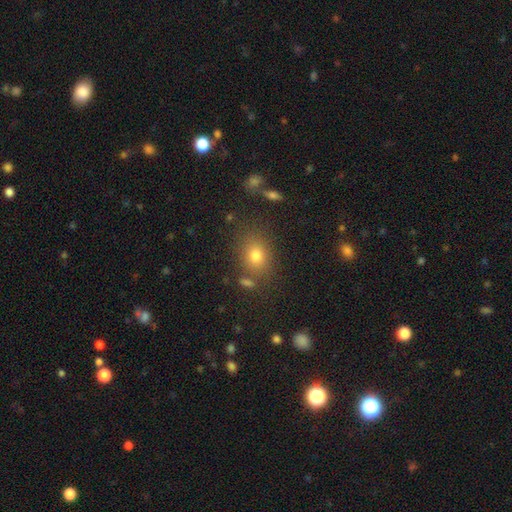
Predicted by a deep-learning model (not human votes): This appears to be a smooth galaxy with no disk features (75%) that is in between round and cigar-shaped (52%). Merging: none (77%).